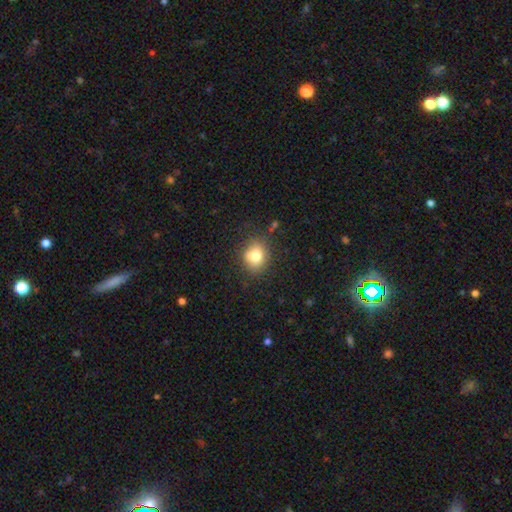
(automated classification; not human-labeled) Morphology: type=smooth (77%); roundness=round (68%); merging=none (79%).